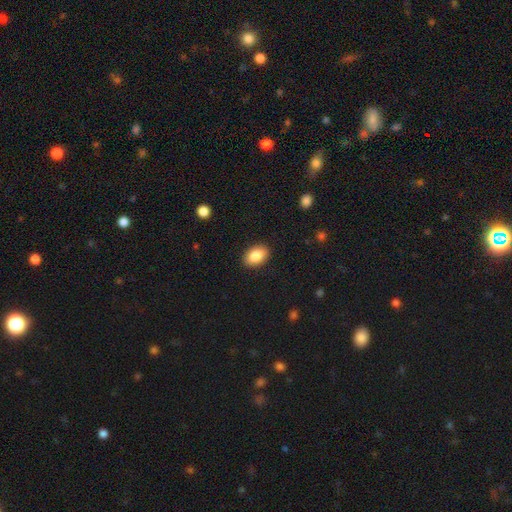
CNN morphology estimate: A smooth galaxy with no disk features (85%) that is in between round and cigar-shaped (87%).

Vote fractions:
- Smooth or featured? smooth: 85% / featured or disk: 8% / star or artifact: 7%
- How rounded? in between: 87% / round: 12% / cigar-shaped: 1%
- Merging? none: 89% / minor disturbance: 8% / major disturbance: 2% / merger: 1%